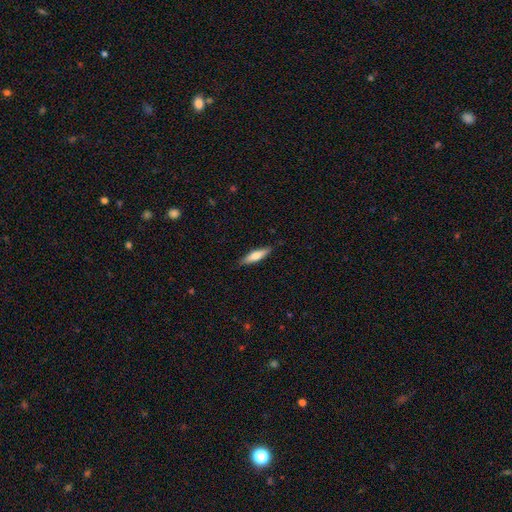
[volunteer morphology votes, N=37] Volunteers were most divided on "smooth or featured": smooth: 62%, featured or disk: 35%, star or artifact: 3%. More confident: merging — none (89%); how rounded — cigar-shaped (83%).